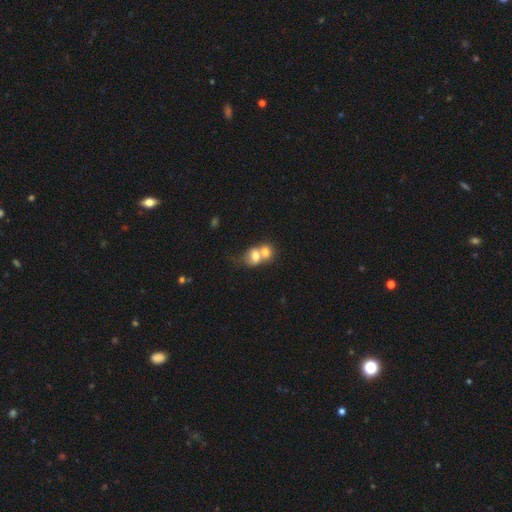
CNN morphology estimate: Smooth or featured? Predicted: smooth (p=0.71). How rounded? Predicted: round (p=0.51). Merging? Predicted: merger (p=0.74).